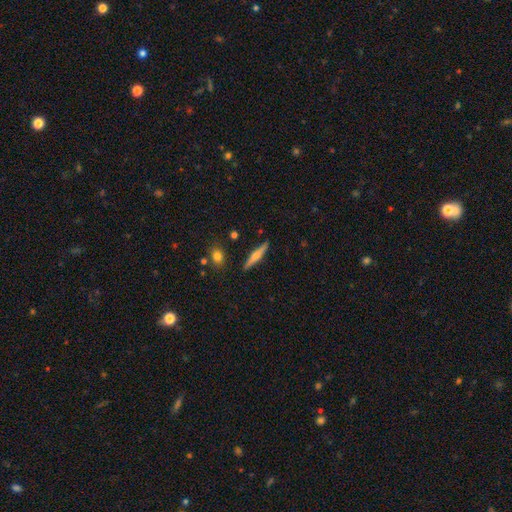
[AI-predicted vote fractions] This appears to be a featured or disk galaxy (49%). Merging: none (89%).